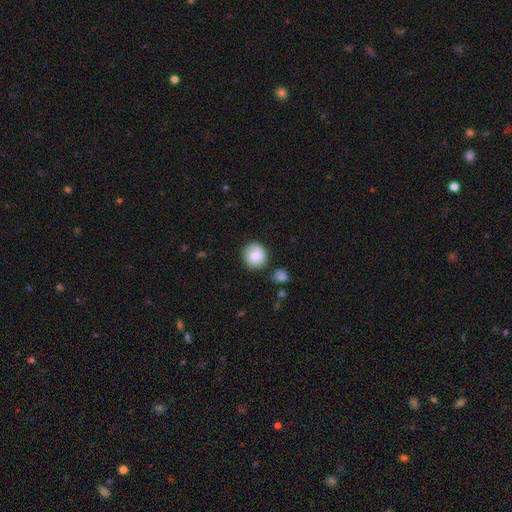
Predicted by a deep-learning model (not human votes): Q: Smooth or featured?
A: smooth (79%); runner-up: featured or disk (13%)
Q: How rounded?
A: round (90%); runner-up: in between (9%)
Q: Merging?
A: none (75%); runner-up: minor disturbance (16%)